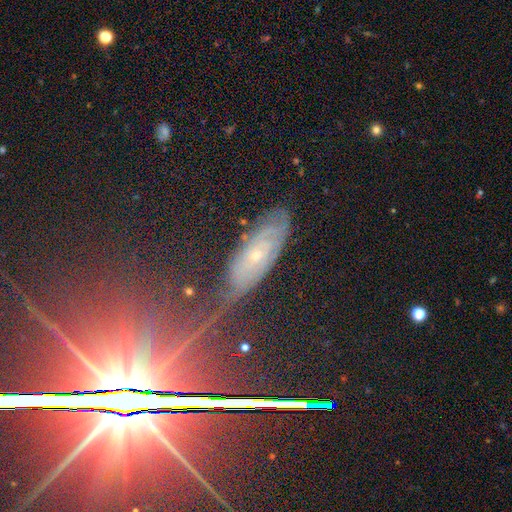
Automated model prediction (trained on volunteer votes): smooth-or-featured: featured or disk: 62% | star or artifact: 19% | smooth: 19%
  disk-edge-on: no: 80% | yes: 20%
  merging: none: 77% | minor disturbance: 17% | major disturbance: 4% | merger: 2%